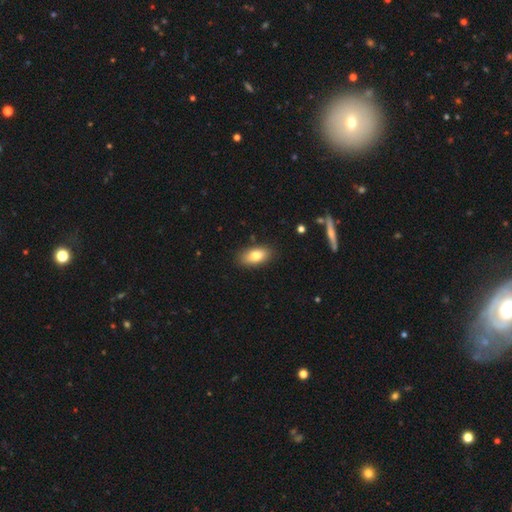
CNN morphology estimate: The model was most divided on "smooth or featured": smooth: 79%, featured or disk: 13%, star or artifact: 8%. More confident: how rounded — in between (90%); merging — none (86%).